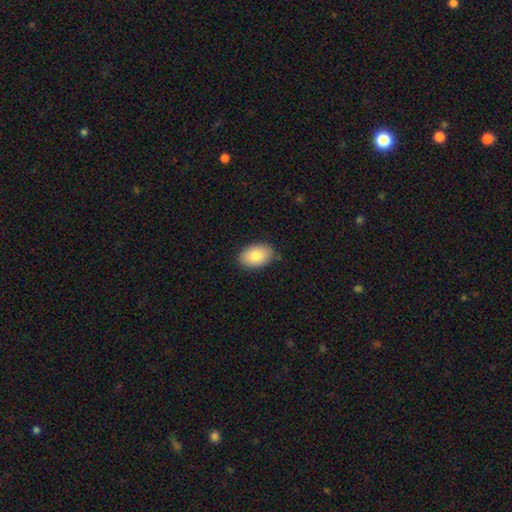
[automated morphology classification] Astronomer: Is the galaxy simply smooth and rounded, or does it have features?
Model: smooth — 85%.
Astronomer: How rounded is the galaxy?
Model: in between — 90%.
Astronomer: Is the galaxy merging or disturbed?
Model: none — 84%.